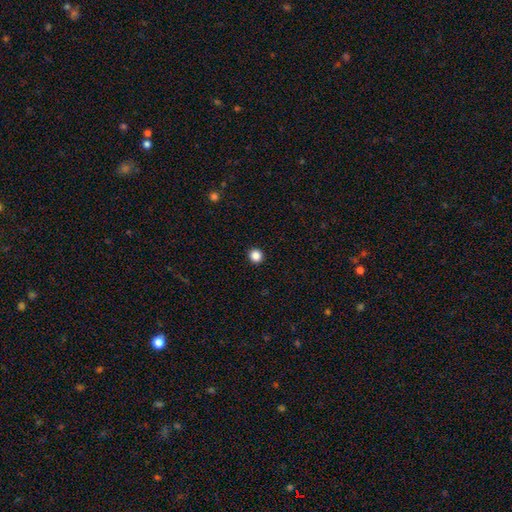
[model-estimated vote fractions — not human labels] Smooth or featured? Predicted: smooth (p=0.86). How rounded? Predicted: round (p=0.94). Merging? Predicted: none (p=0.94).